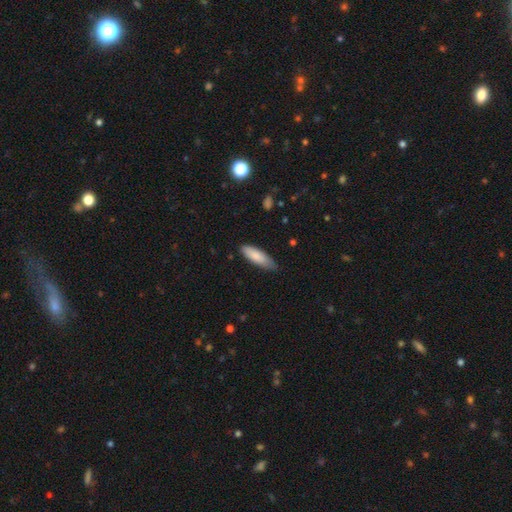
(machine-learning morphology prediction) smooth-or-featured: smooth: 84% | featured or disk: 10% | star or artifact: 5%
  how-rounded: in between: 52% | cigar-shaped: 47% | round: 1%
  merging: none: 72% | minor disturbance: 24% | major disturbance: 3% | merger: 1%